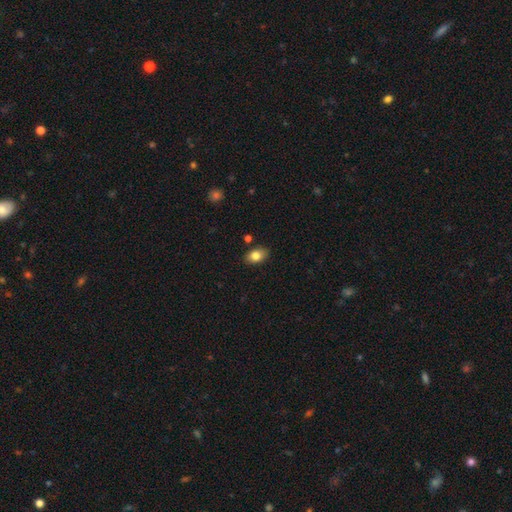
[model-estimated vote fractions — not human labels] Overall: smooth (81%). How rounded: in between (86%). Merging: none (85%).